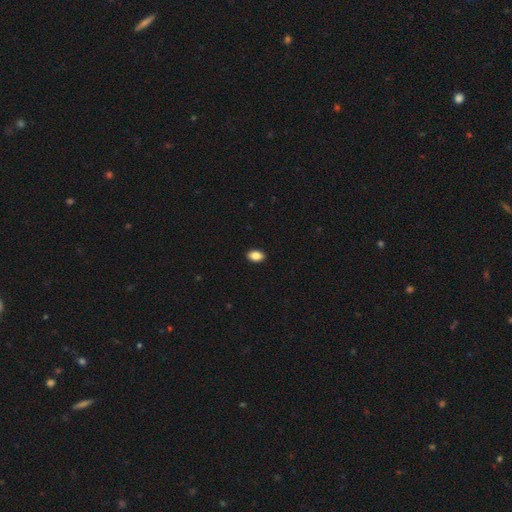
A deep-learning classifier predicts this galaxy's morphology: smooth 86%, star or artifact 8%, featured or disk 6%. Down the decision tree: how rounded — in between (88%); merging — none (91%).